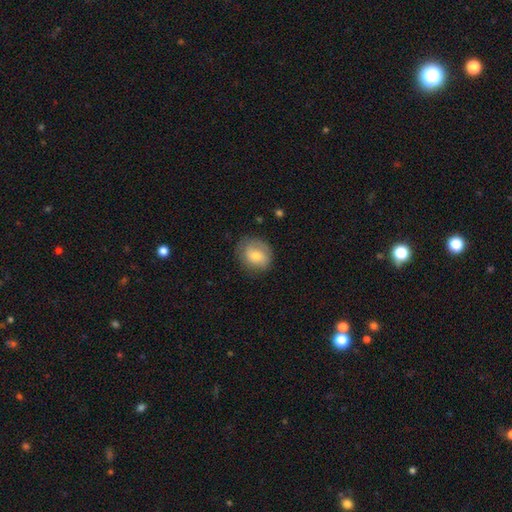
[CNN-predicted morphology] A smooth galaxy with no disk features (57%) that is round (65%). Merging: none (74%).